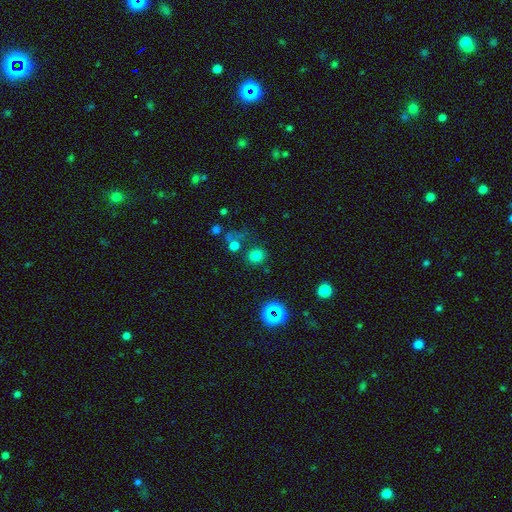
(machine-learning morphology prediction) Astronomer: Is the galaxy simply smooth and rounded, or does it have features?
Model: smooth — 73%.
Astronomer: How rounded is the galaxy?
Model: round — 83%.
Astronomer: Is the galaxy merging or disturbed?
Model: none — 75%.